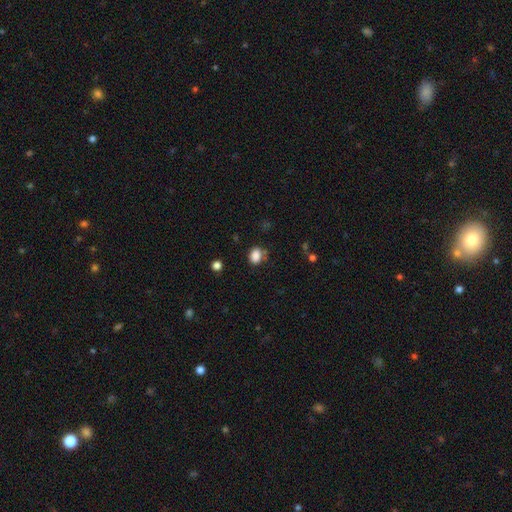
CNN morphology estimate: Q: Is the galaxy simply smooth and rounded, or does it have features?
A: smooth — 85%.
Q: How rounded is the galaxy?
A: in between — 61%.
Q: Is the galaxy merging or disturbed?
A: none — 70%.